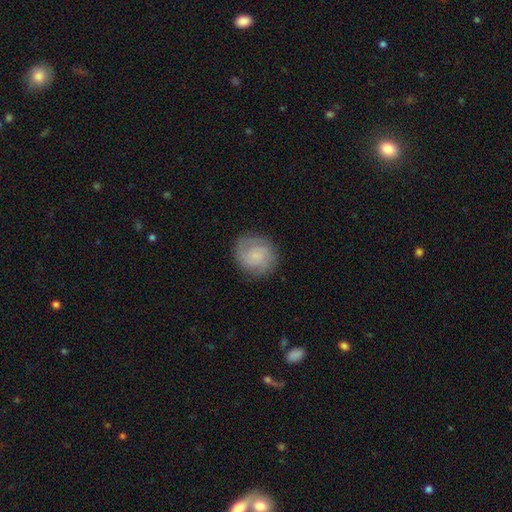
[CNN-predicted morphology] This is possibly a featured or disk galaxy (54%). It is clearly not viewed edge-on (98%). Bar: likely no (68%). Spiral arm pattern: clearly yes (92%). Central bulge: possibly small (52%). Merging: clearly none (83%).